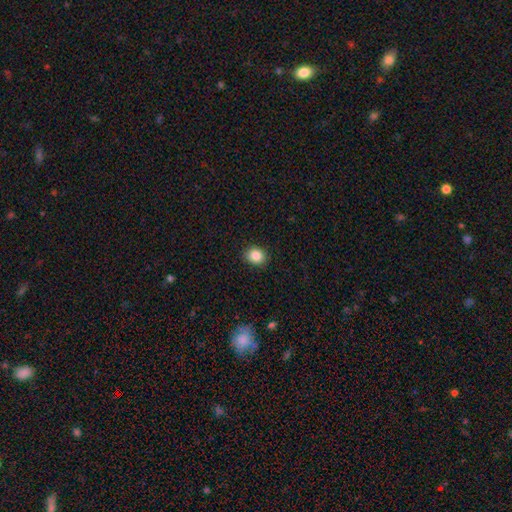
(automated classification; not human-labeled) This appears to be a smooth galaxy with no disk features (86%) that is round (61%). Merging: none (89%).